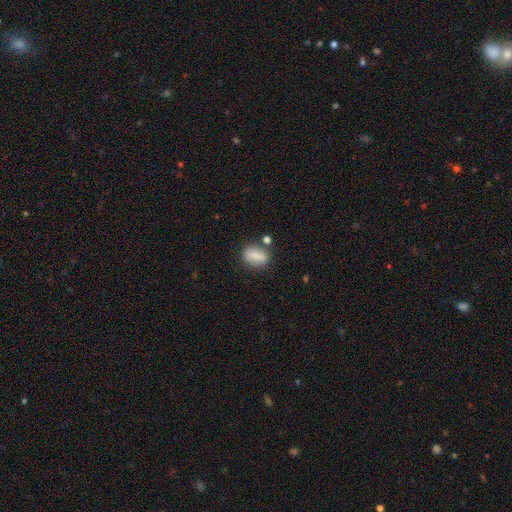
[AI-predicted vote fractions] smooth-or-featured: smooth: 83% | featured or disk: 9% | star or artifact: 8%
  how-rounded: in between: 78% | round: 14% | cigar-shaped: 8%
  merging: none: 70% | minor disturbance: 15% | merger: 10% | major disturbance: 5%